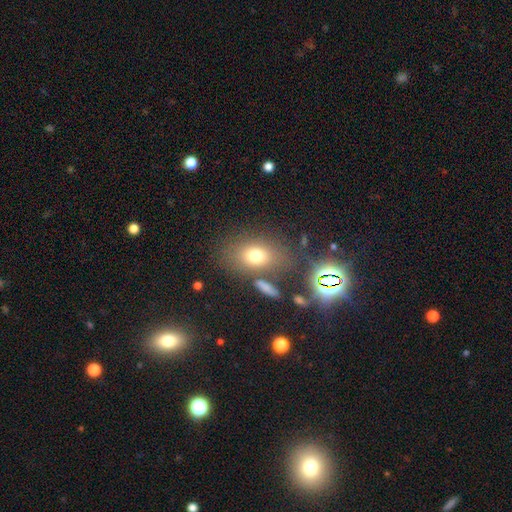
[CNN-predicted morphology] type=smooth (70%); roundness=in between (68%); merging=none (69%).